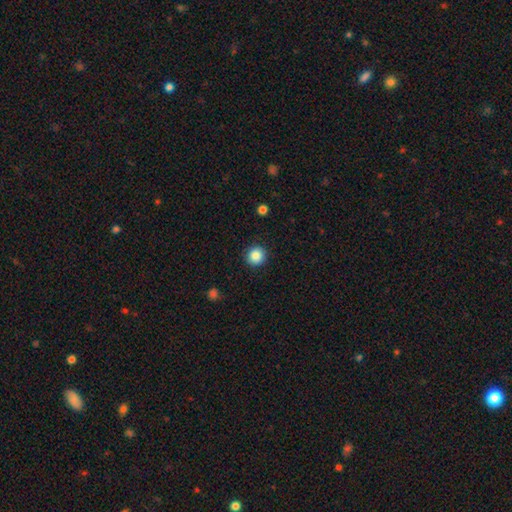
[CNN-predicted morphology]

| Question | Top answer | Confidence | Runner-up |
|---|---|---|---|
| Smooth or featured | smooth | 87% | star or artifact (10%) |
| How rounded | round | 93% | in between (6%) |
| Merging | none | 90% | minor disturbance (7%) |